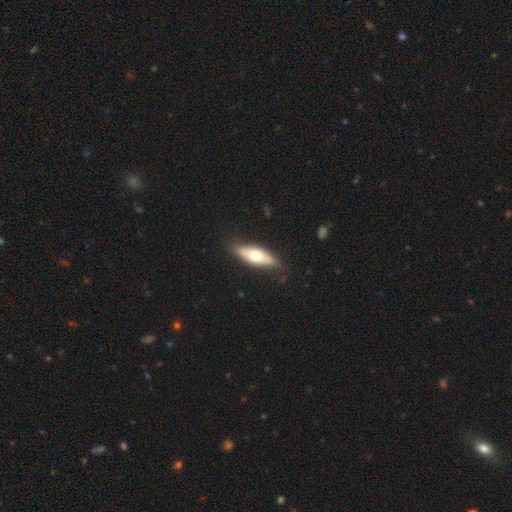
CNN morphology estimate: type=smooth (57%); roundness=in between (63%); merging=none (81%).